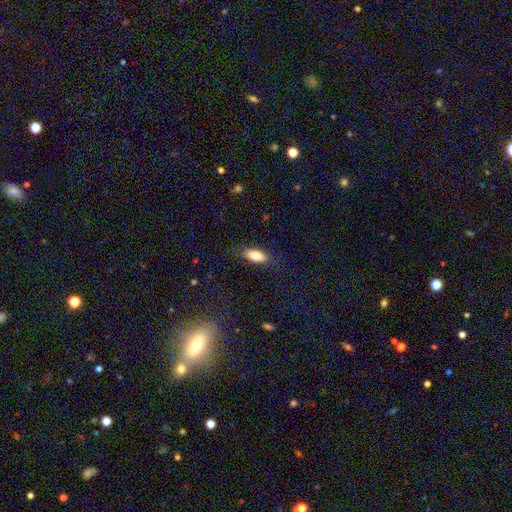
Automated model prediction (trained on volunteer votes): smooth 81%, featured or disk 12%, star or artifact 7%. Down the decision tree: how rounded — in between (79%); merging — none (83%).